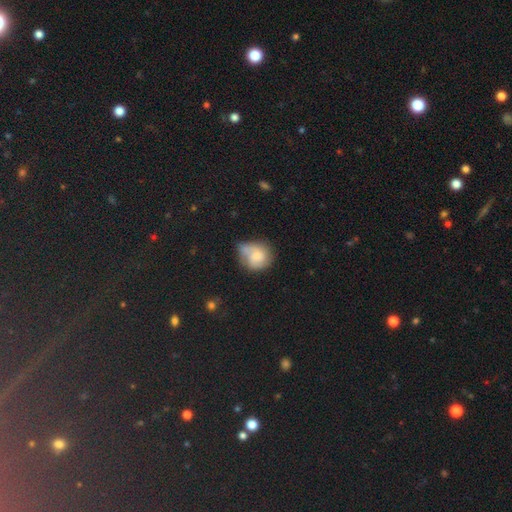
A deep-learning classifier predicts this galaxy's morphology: Smooth or featured? Predicted: smooth (p=0.58). How rounded? Predicted: round (p=0.68). Merging? Predicted: none (p=0.37).